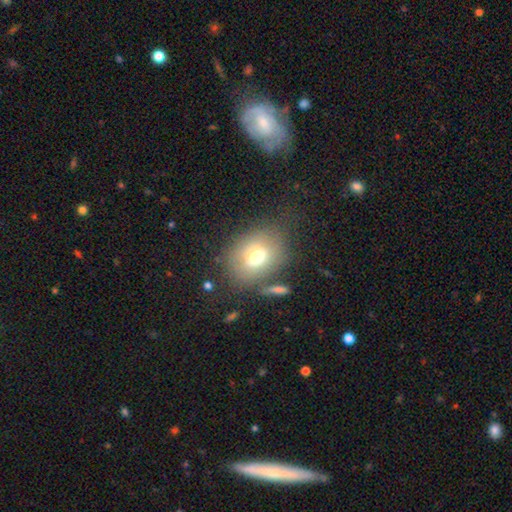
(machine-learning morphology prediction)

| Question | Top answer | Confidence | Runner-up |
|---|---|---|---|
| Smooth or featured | smooth | 68% | featured or disk (20%) |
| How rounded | in between | 63% | round (35%) |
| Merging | none | 63% | minor disturbance (18%) |